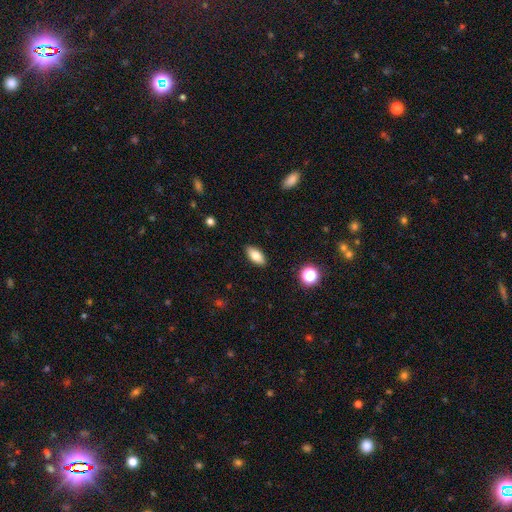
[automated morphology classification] Overall: smooth (79%). How rounded: in between (87%). Merging: none (89%).